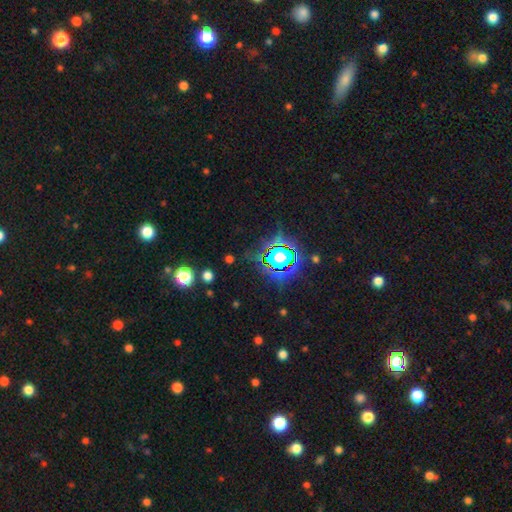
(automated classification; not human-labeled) Smooth or featured? Predicted: star or artifact (p=0.79).